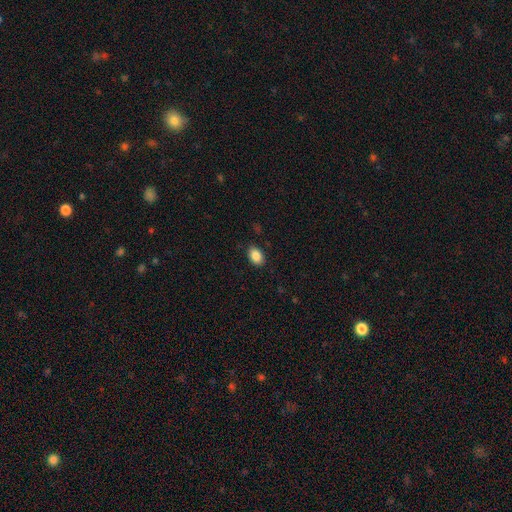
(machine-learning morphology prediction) Smooth or featured? smooth (88%)
How rounded? in between (84%)
Merging? none (87%)